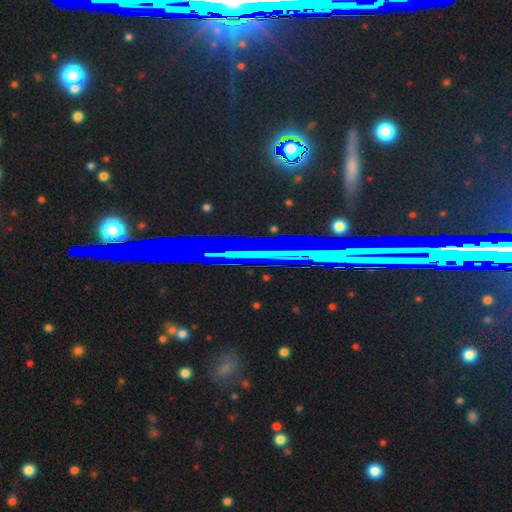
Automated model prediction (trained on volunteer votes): Smooth or featured? star or artifact (76%)